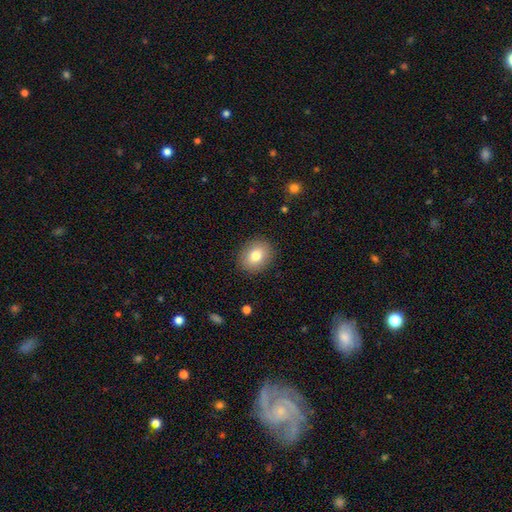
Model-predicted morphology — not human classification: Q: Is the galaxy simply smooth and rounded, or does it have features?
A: smooth — 79%.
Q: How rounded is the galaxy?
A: round — 54%.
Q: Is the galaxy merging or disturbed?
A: none — 89%.